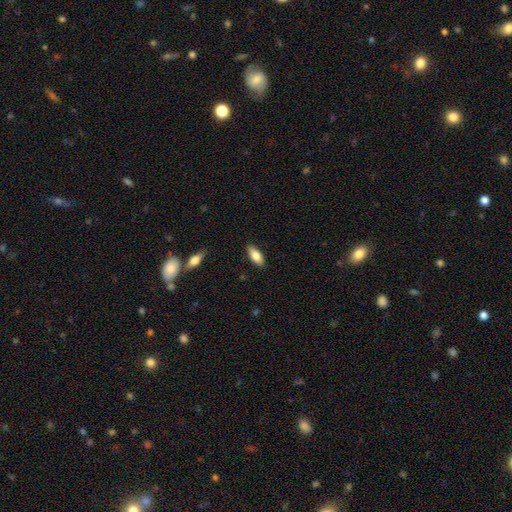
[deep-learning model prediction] Smooth or featured? smooth (79%)
How rounded? in between (80%)
Merging? none (87%)